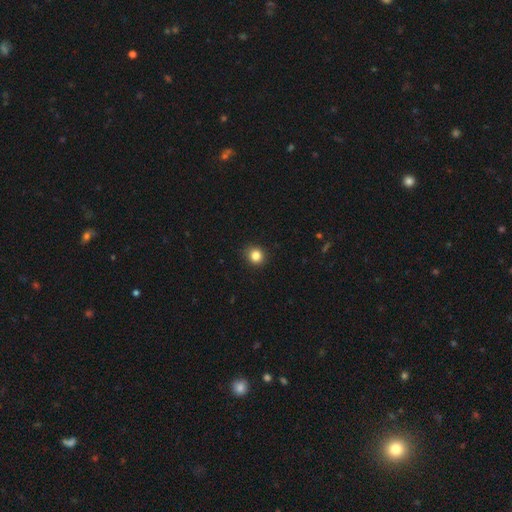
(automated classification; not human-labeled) The model was most divided on "smooth or featured": smooth: 84%, star or artifact: 11%, featured or disk: 5%. More confident: merging — none (91%); how rounded — round (87%).